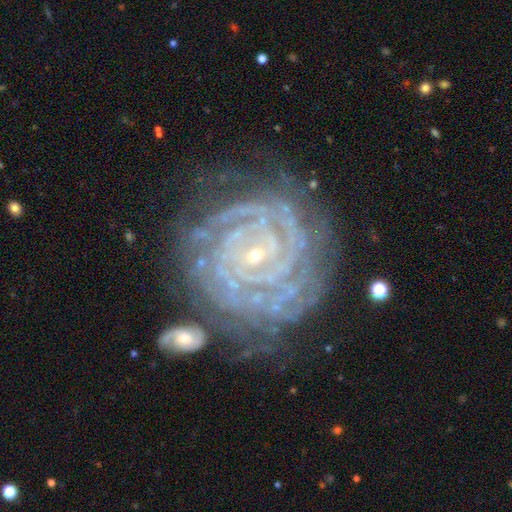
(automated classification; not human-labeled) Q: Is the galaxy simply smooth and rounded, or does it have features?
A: featured or disk — 90%.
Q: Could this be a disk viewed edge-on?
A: no — 98%.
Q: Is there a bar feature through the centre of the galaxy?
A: no — 68%.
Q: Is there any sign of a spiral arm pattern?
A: yes — 98%.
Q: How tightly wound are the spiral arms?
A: tight — 89%.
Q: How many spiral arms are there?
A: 4 — 22%.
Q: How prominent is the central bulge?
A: small — 87%.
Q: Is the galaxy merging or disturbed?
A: none — 69%.